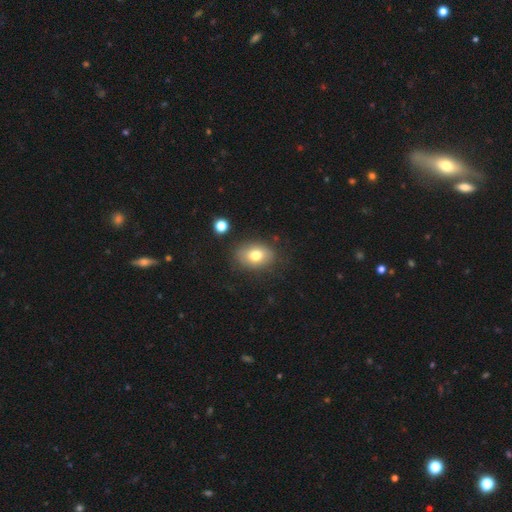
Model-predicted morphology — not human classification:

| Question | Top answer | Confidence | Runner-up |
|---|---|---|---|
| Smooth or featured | smooth | 75% | featured or disk (16%) |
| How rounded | in between | 72% | round (27%) |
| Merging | none | 80% | minor disturbance (13%) |